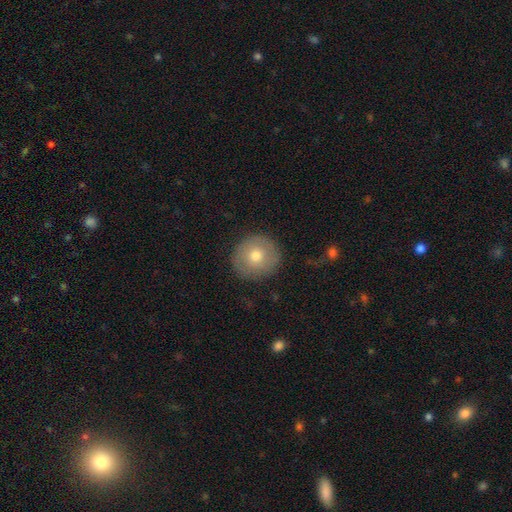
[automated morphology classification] Smooth or featured?
  - smooth: 69% *
  - featured or disk: 23%
  - star or artifact: 8%
How rounded?
  - round: 91% *
  - in between: 8%
  - cigar-shaped: 1%
Merging?
  - none: 87% *
  - minor disturbance: 9%
  - major disturbance: 3%
  - merger: 1%